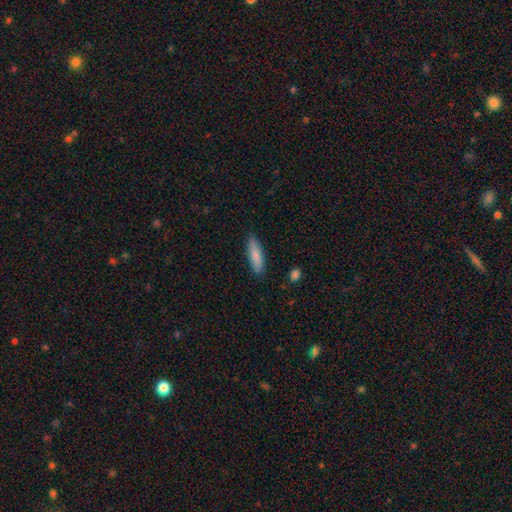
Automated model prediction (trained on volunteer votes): This appears to be a smooth galaxy with no disk features (82%) that is cigar-shaped (69%). Merging: none (85%).